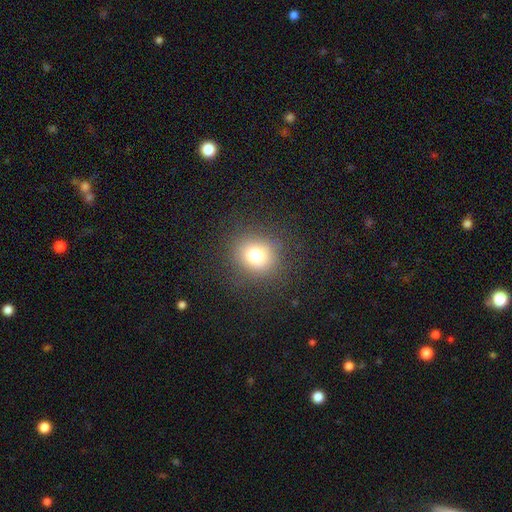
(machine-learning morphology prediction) Smooth or featured: smooth — 75% (star or artifact — 15%)
How rounded: round — 81% (in between — 18%)
Merging: none — 86% (minor disturbance — 8%)